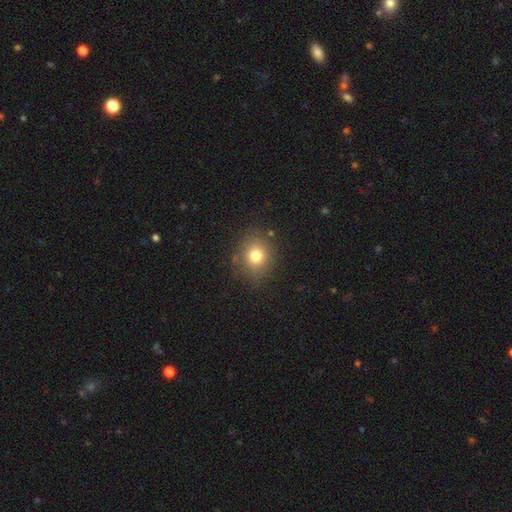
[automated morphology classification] The model was most divided on "how rounded": round: 69%, in between: 30%, cigar-shaped: 1%. More confident: merging — none (82%); smooth or featured — smooth (77%).